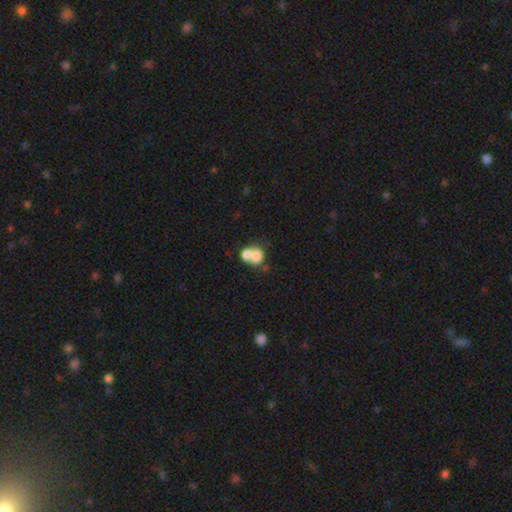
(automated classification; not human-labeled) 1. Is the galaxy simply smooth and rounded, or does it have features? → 70% smooth, 20% featured or disk, 9% star or artifact.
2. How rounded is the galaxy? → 50% in between, 49% round, 1% cigar-shaped.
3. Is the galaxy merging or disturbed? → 68% merger, 21% none, 7% minor disturbance, 5% major disturbance.